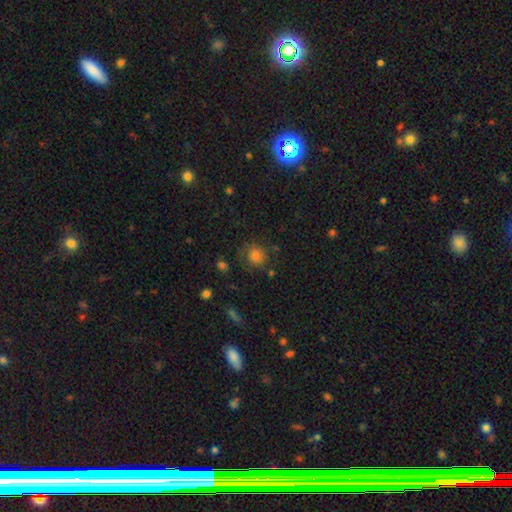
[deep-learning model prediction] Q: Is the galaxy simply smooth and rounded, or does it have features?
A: smooth — 75%.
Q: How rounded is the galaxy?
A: round — 82%.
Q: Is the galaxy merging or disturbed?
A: none — 70%.